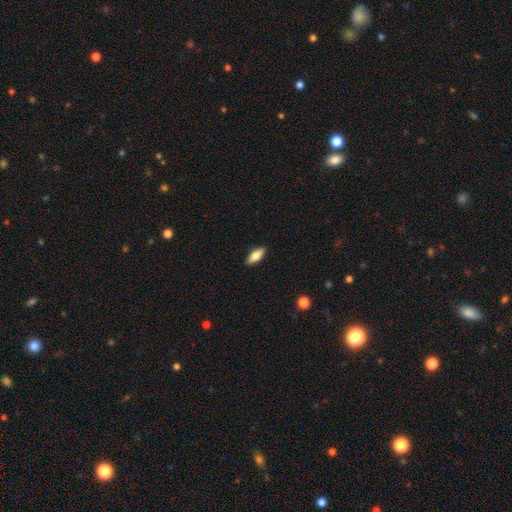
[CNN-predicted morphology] smooth-or-featured: smooth: 74% | featured or disk: 20% | star or artifact: 6%
  how-rounded: in between: 74% | cigar-shaped: 23% | round: 2%
  merging: none: 89% | minor disturbance: 8% | major disturbance: 2% | merger: 1%